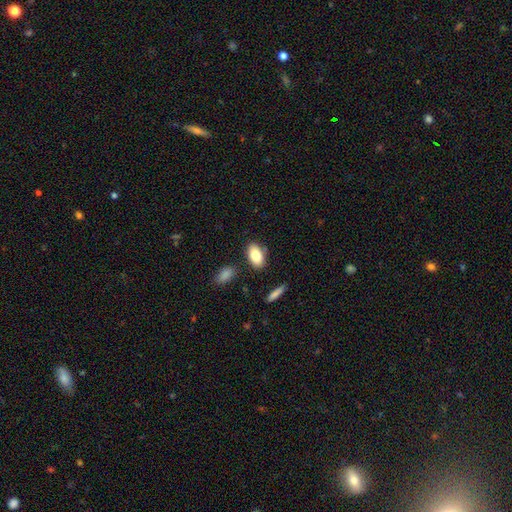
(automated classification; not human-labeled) Smooth or featured: smooth — 81% (featured or disk — 12%)
How rounded: in between — 92% (round — 6%)
Merging: none — 82% (minor disturbance — 11%)